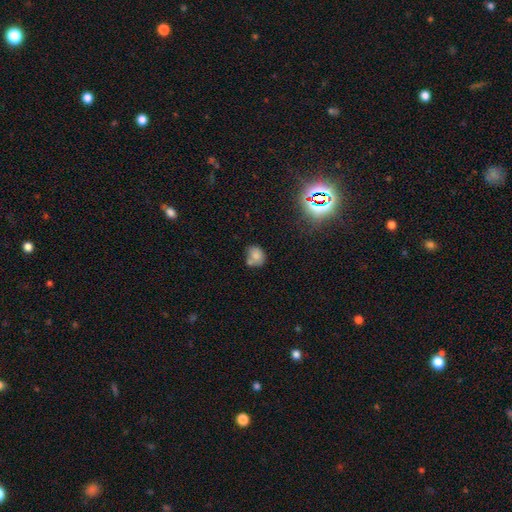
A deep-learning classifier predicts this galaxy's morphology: type=smooth (74%); roundness=round (54%); merging=none (47%).